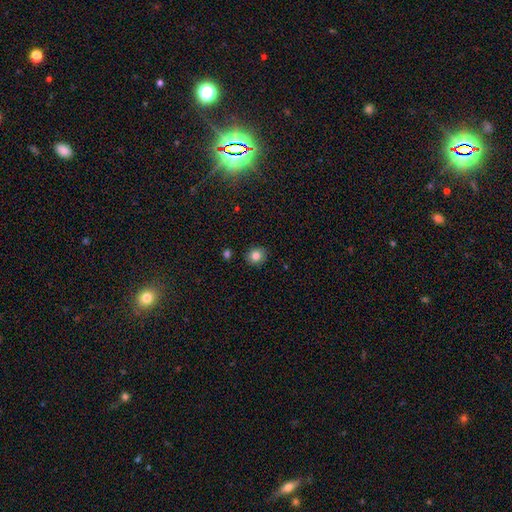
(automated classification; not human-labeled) Smooth or featured? Predicted: smooth (p=0.83). How rounded? Predicted: round (p=0.83). Merging? Predicted: none (p=0.88).